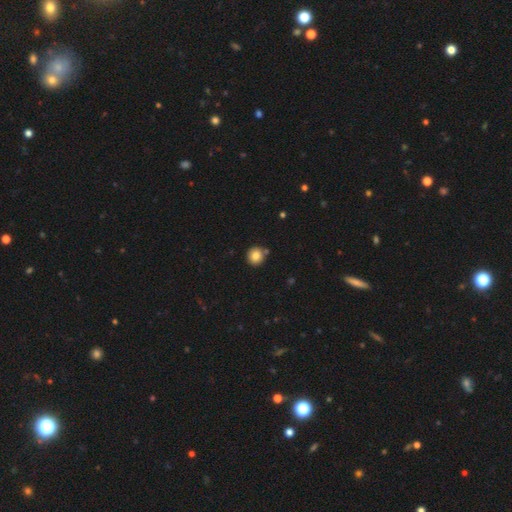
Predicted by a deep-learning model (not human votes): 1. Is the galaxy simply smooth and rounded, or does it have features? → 84% smooth, 10% star or artifact, 7% featured or disk.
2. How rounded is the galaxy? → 91% round, 8% in between, 1% cigar-shaped.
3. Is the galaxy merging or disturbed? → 82% none, 8% minor disturbance, 8% merger, 2% major disturbance.